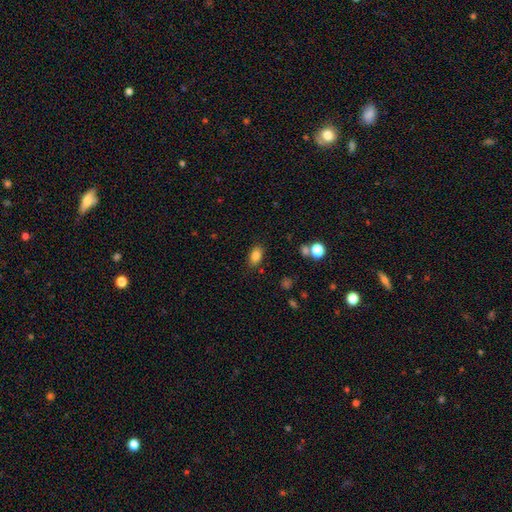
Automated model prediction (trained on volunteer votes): This is clearly a smooth galaxy (84%). How rounded: clearly in between (86%). Merging: clearly none (82%).